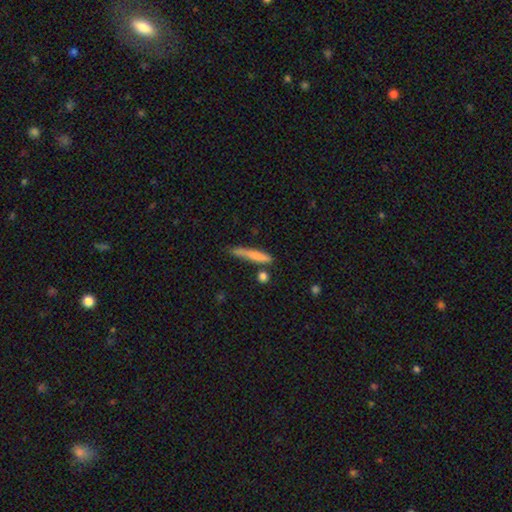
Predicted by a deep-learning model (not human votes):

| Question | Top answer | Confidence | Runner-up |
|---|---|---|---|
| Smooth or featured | smooth | 75% | featured or disk (19%) |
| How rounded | cigar-shaped | 91% | in between (7%) |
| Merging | none | 62% | minor disturbance (24%) |